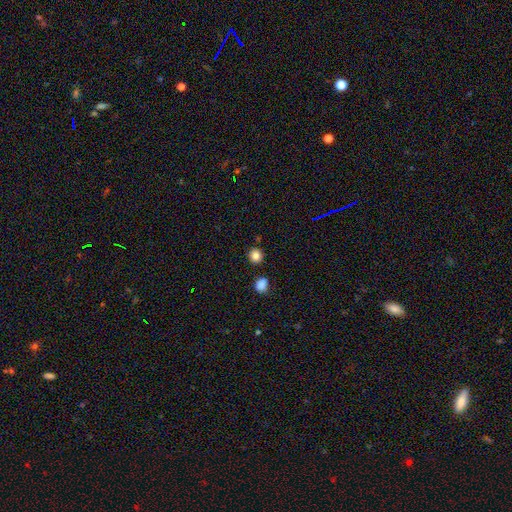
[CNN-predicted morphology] This is clearly a smooth galaxy (84%). How rounded: clearly round (88%). Merging: clearly none (86%).